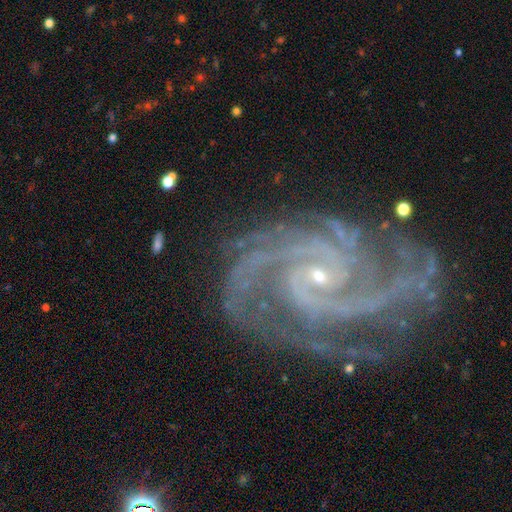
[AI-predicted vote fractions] A featured or disk galaxy (91%) with no bar (52%), 2 (29%) tight (59%) spiral arms (98%) and a small central bulge (79%).

Vote fractions:
- Smooth or featured? featured or disk: 91% / star or artifact: 6% / smooth: 3%
- Edge-on disk? no: 98% / yes: 2%
- Bar? no: 52% / weak: 32% / strong: 16%
- Spiral arms? yes: 98% / no: 2%
- Spiral winding? tight: 59% / medium: 35% / loose: 6%
- Spiral arm count? 2: 29% / 3: 24% / 4: 15% / can't tell: 14% / more than 4: 10% / 1: 8%
- Bulge size? small: 79% / moderate: 17% / none: 2% / large: 1% / dominant: 1%
- Merging? none: 68% / minor disturbance: 18% / major disturbance: 11% / merger: 3%